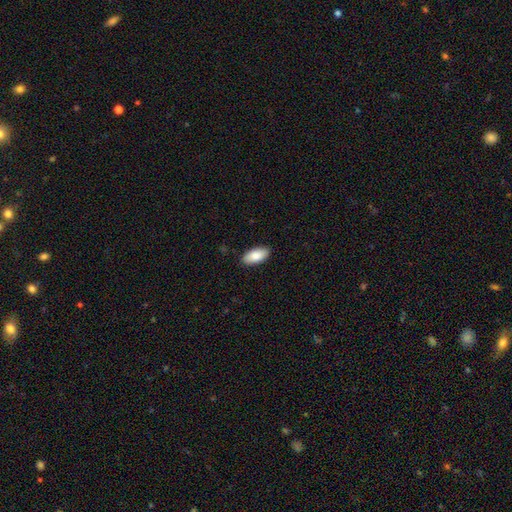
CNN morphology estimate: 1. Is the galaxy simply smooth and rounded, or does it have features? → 86% smooth, 8% featured or disk, 6% star or artifact.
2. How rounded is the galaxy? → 91% in between, 7% cigar-shaped, 2% round.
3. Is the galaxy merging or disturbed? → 89% none, 8% minor disturbance, 2% major disturbance, 1% merger.